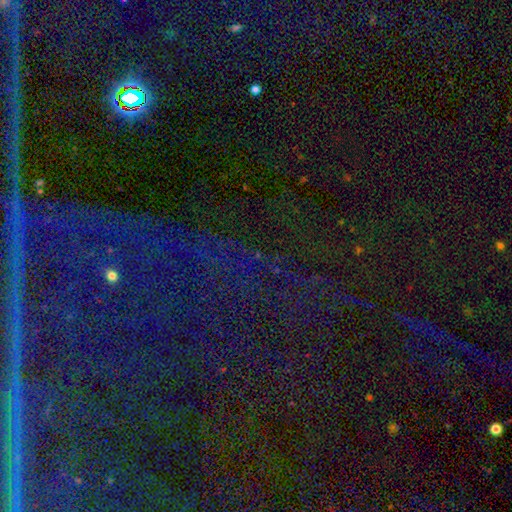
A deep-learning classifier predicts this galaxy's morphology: star or artifact 82%, smooth 9%, featured or disk 9%.